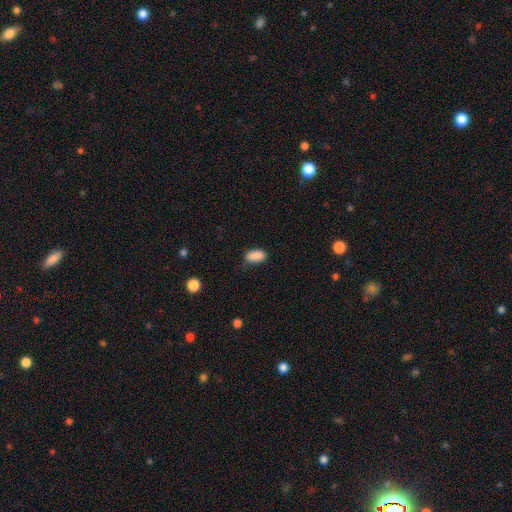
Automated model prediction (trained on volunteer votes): Smooth or featured: smooth — 89% (star or artifact — 8%)
How rounded: in between — 92% (round — 4%)
Merging: none — 77% (minor disturbance — 18%)